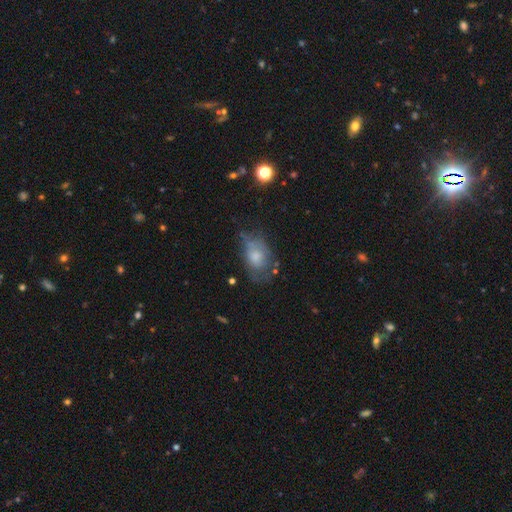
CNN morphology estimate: Q: Smooth or featured?
A: smooth (59%); runner-up: featured or disk (31%)
Q: How rounded?
A: in between (86%); runner-up: round (11%)
Q: Merging?
A: none (43%); runner-up: minor disturbance (33%)